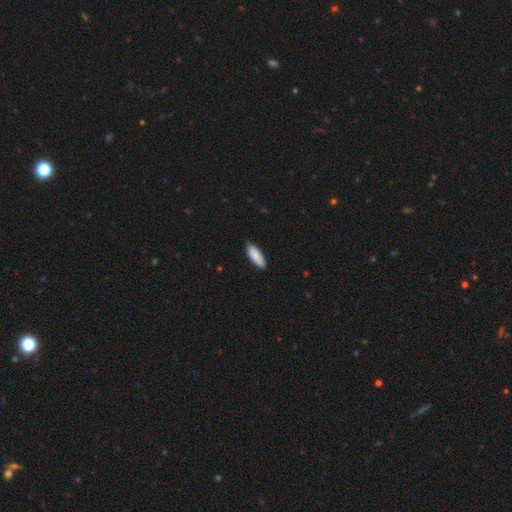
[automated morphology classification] This is clearly a smooth galaxy (89%). How rounded: likely in between (71%). Merging: clearly none (87%).